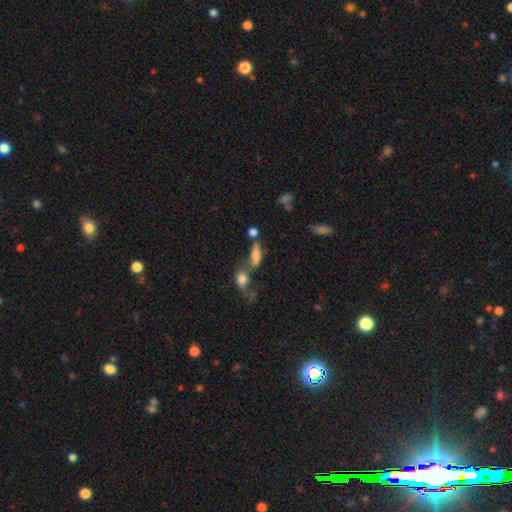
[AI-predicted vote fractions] The model was most divided on "merging": merger: 47%, none: 31%, minor disturbance: 12%, major disturbance: 11%. More confident: smooth or featured — smooth (70%); how rounded — in between (59%).